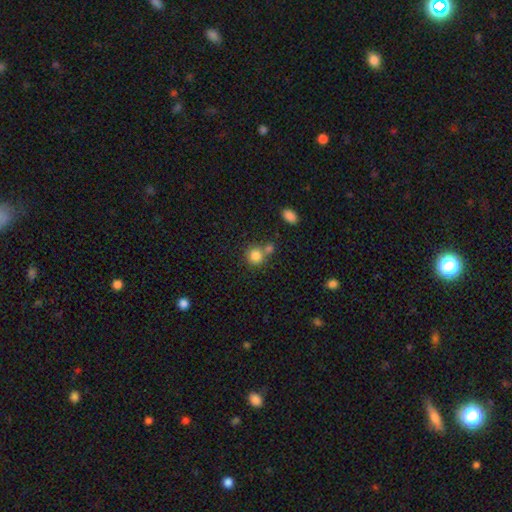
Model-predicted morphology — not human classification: The model was most divided on "merging": none: 56%, merger: 30%, minor disturbance: 10%, major disturbance: 4%. More confident: how rounded — round (86%); smooth or featured — smooth (83%).